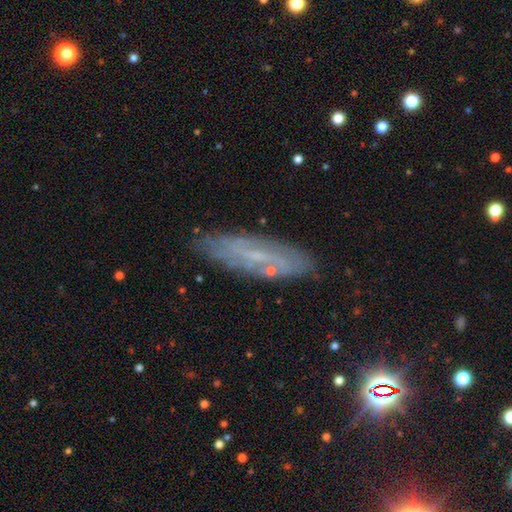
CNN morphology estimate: featured or disk 55%, smooth 31%, star or artifact 13%. Down the decision tree: edge-on disk — no (63%); merging — none (82%).